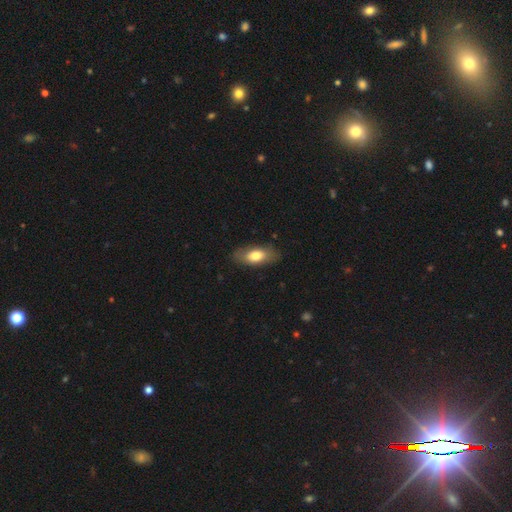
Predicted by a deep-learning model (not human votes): The model was most divided on "smooth or featured": smooth: 74%, featured or disk: 20%, star or artifact: 6%. More confident: how rounded — in between (84%); merging — none (82%).